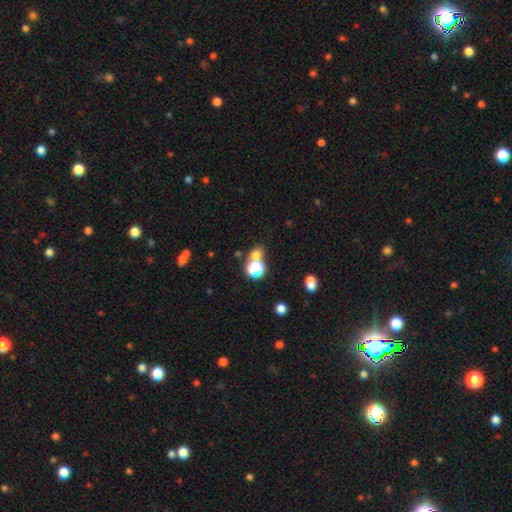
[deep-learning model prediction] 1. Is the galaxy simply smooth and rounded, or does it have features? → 64% smooth, 28% star or artifact, 8% featured or disk.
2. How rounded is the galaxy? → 78% round, 21% in between, 1% cigar-shaped.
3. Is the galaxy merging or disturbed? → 60% none, 28% merger, 8% minor disturbance, 4% major disturbance.